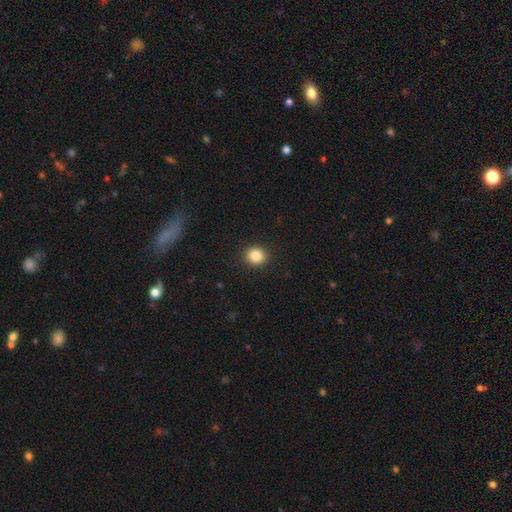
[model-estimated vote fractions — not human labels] smooth_or_featured: smooth (p=0.85) [alt: star or artifact p=0.10]
how_rounded: round (p=0.84) [alt: in between p=0.15]
merging: none (p=0.91) [alt: minor disturbance p=0.06]